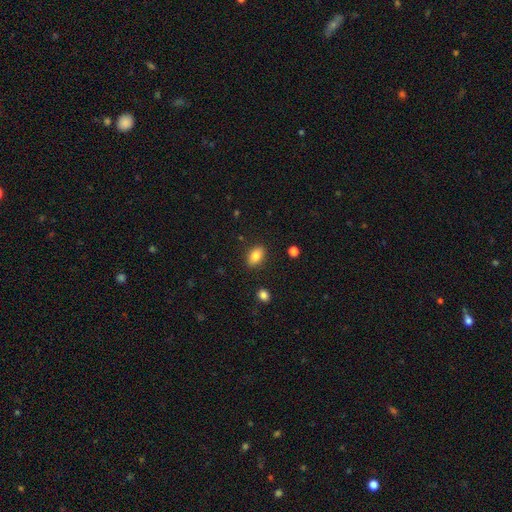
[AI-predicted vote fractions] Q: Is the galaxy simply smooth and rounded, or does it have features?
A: smooth — 84%.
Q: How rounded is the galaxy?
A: in between — 87%.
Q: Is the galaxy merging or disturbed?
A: none — 86%.